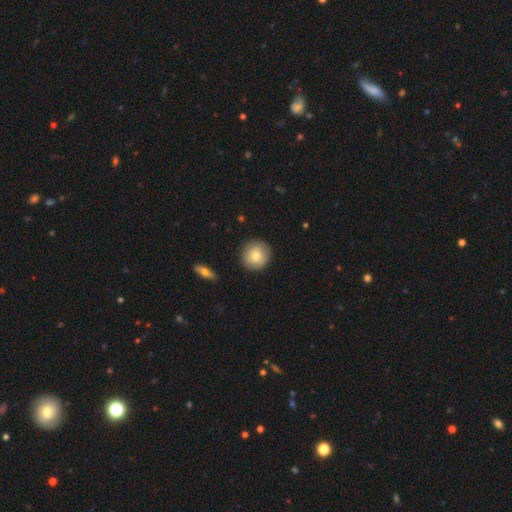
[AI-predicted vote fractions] Morphology: type=smooth (77%); roundness=round (94%); merging=none (89%).